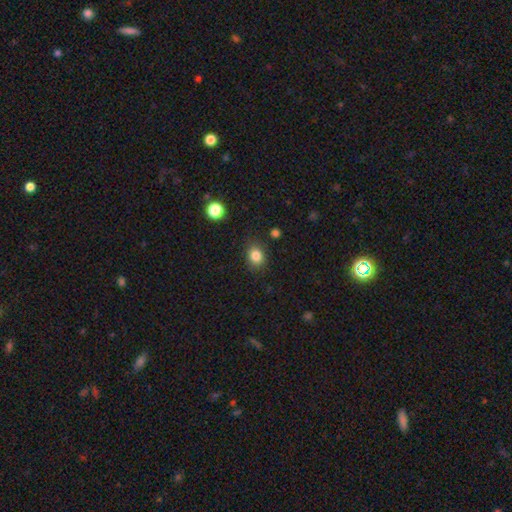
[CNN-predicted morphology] Smooth or featured?
  - smooth: 83% *
  - star or artifact: 11%
  - featured or disk: 5%
How rounded?
  - round: 58% *
  - in between: 41%
  - cigar-shaped: 1%
Merging?
  - none: 82% *
  - minor disturbance: 13%
  - major disturbance: 3%
  - merger: 2%